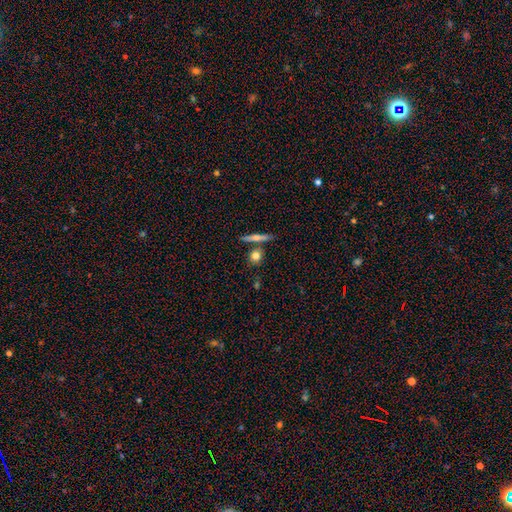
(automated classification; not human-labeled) A smooth galaxy with no disk features (74%) that is round (72%).

Vote fractions:
- Smooth or featured? smooth: 74% / featured or disk: 17% / star or artifact: 9%
- How rounded? round: 72% / in between: 16% / cigar-shaped: 12%
- Merging? none: 71% / merger: 17% / minor disturbance: 9% / major disturbance: 3%